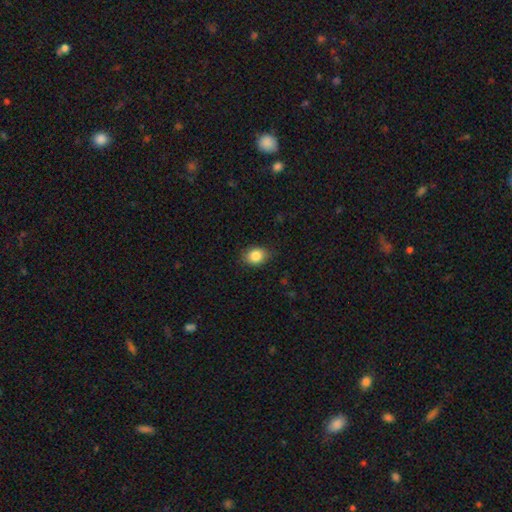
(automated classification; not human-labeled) This appears to be a smooth galaxy with no disk features (86%) that is in between round and cigar-shaped (56%). Merging: none (83%).